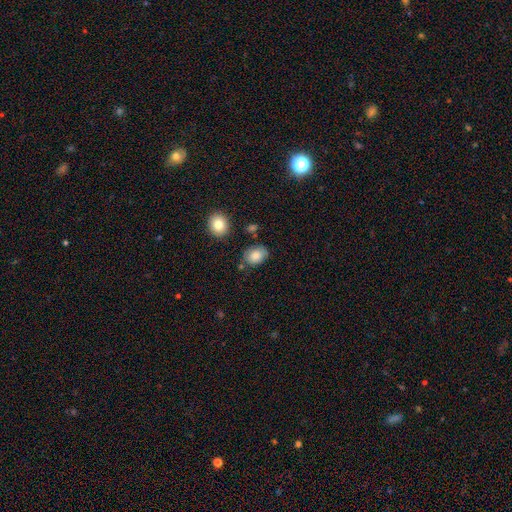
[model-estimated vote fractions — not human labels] Smooth or featured?
  - smooth: 81% *
  - featured or disk: 11%
  - star or artifact: 9%
How rounded?
  - in between: 70% *
  - round: 29%
  - cigar-shaped: 1%
Merging?
  - none: 71% *
  - minor disturbance: 19%
  - major disturbance: 5%
  - merger: 4%